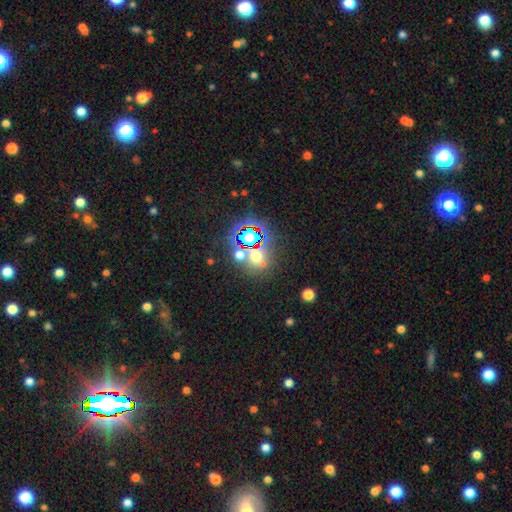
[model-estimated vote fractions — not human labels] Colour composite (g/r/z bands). It shows a star or artifact, not a galaxy (46%).